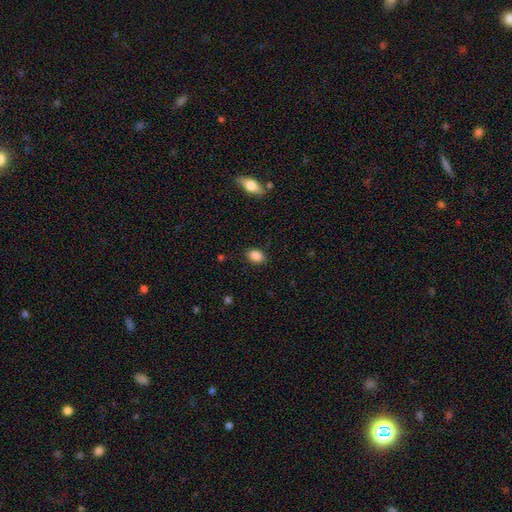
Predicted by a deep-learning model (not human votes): Q: Smooth or featured?
A: smooth (87%); runner-up: star or artifact (9%)
Q: How rounded?
A: in between (78%); runner-up: round (21%)
Q: Merging?
A: none (86%); runner-up: minor disturbance (11%)